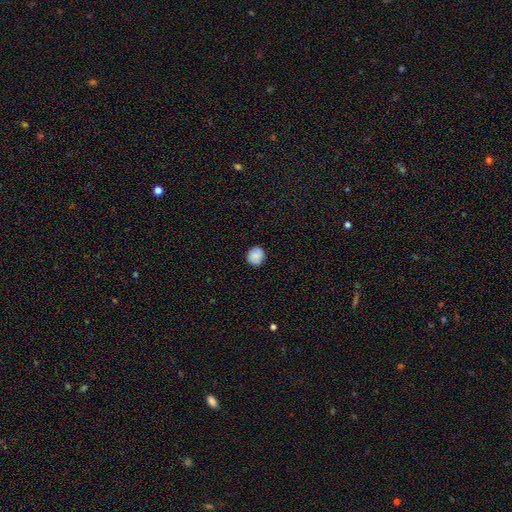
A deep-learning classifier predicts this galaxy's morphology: A smooth galaxy with no disk features (85%) that is round (88%). Merging: none (88%).